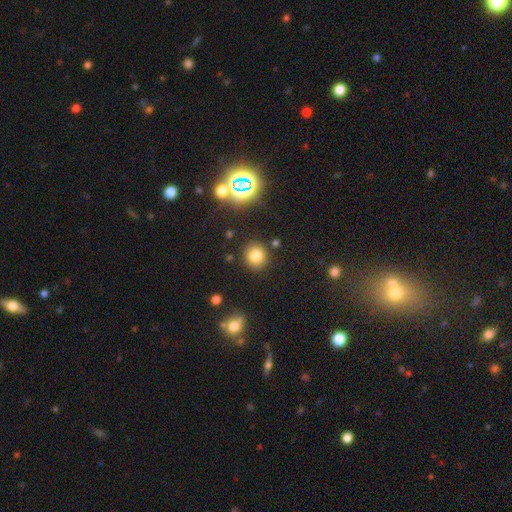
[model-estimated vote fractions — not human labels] This is likely a smooth galaxy (77%). How rounded: clearly round (86%). Merging: clearly none (86%).